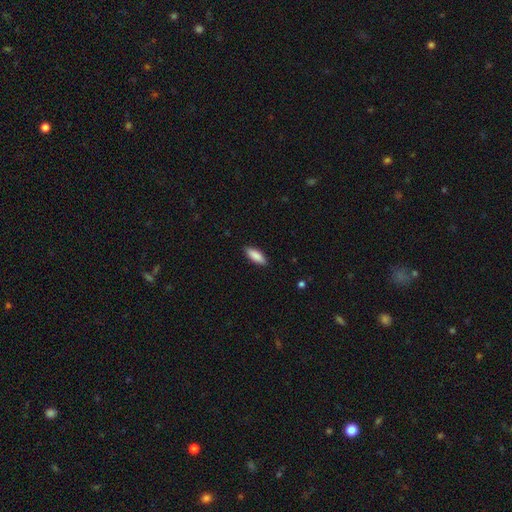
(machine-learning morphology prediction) smooth-or-featured: smooth: 88% | featured or disk: 7% | star or artifact: 6%
  how-rounded: in between: 70% | cigar-shaped: 29% | round: 2%
  merging: none: 88% | minor disturbance: 9% | major disturbance: 2% | merger: 1%